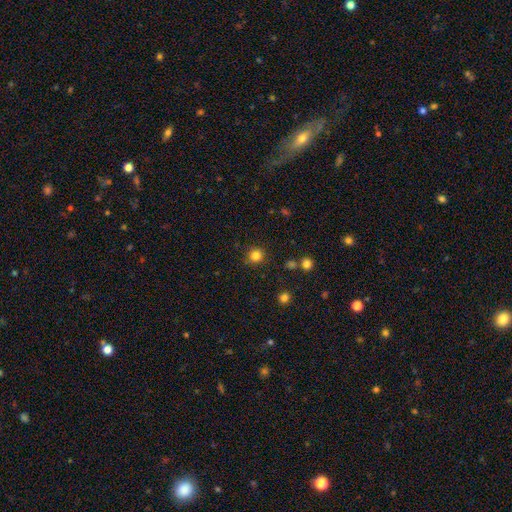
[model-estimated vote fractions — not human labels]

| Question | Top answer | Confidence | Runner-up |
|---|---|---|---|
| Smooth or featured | smooth | 83% | star or artifact (13%) |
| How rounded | round | 91% | in between (8%) |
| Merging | none | 88% | minor disturbance (7%) |